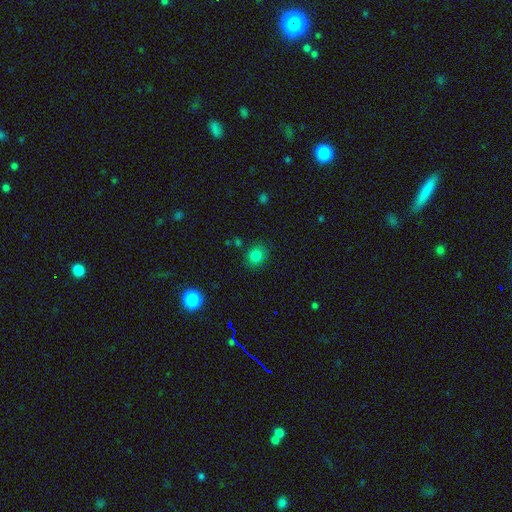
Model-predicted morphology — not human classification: smooth-or-featured: smooth: 81% | star or artifact: 14% | featured or disk: 5%
  how-rounded: round: 77% | in between: 22% | cigar-shaped: 1%
  merging: none: 84% | minor disturbance: 11% | major disturbance: 3% | merger: 2%